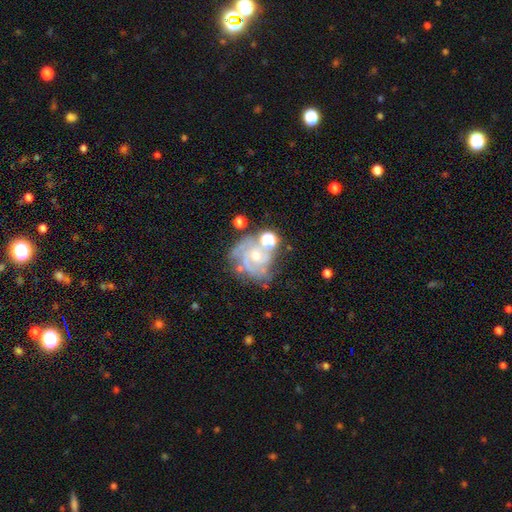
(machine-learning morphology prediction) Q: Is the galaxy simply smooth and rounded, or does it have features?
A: featured or disk — 75%.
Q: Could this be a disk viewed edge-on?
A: no — 98%.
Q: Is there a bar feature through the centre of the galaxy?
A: no — 74%.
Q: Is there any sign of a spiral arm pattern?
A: yes — 86%.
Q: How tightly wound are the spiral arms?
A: tight — 55%.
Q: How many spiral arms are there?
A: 2 — 33%.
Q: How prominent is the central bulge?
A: small — 46%.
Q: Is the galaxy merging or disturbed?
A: none — 48%.